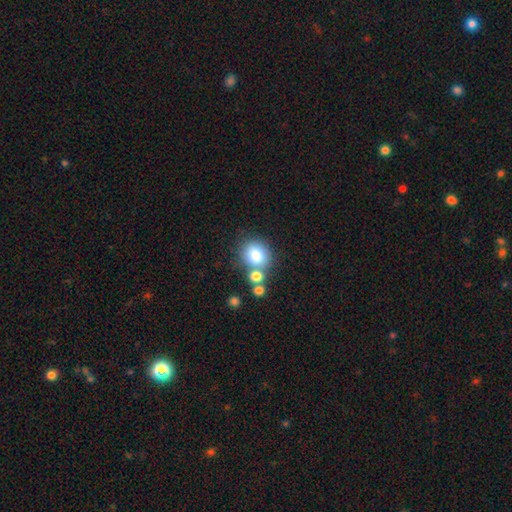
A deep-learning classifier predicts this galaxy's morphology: Overall: smooth (80%). How rounded: round (75%). Merging: none (58%; merger 26%).